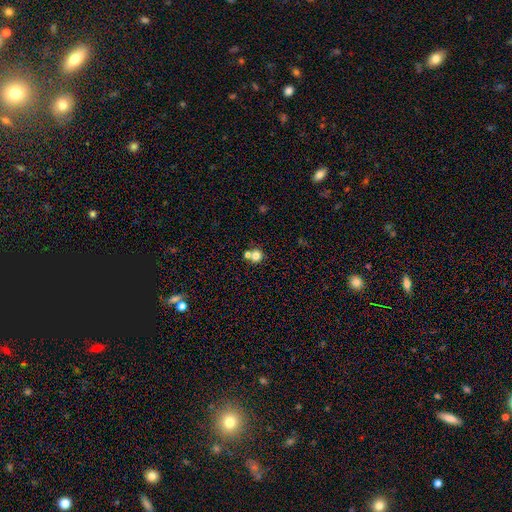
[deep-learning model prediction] Q: Smooth or featured?
A: smooth (76%); runner-up: star or artifact (14%)
Q: How rounded?
A: round (89%); runner-up: in between (10%)
Q: Merging?
A: none (53%); runner-up: merger (36%)